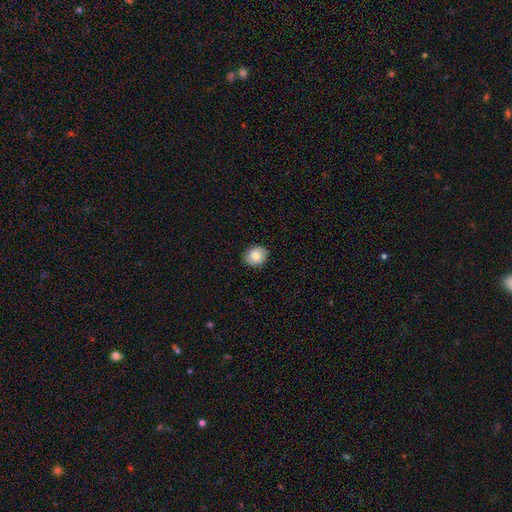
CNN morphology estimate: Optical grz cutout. It shows a smooth galaxy with no disk features (82%) that is round (64%). Merging: none (88%).